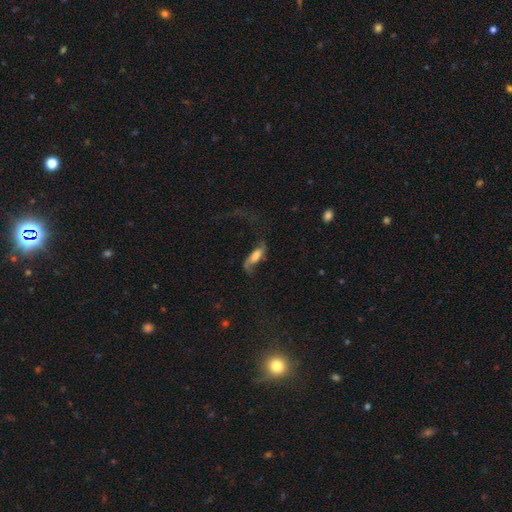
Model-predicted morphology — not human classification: This is possibly a featured or disk galaxy (53%). It is clearly not viewed edge-on (80%). Merging: marginally none (40%).